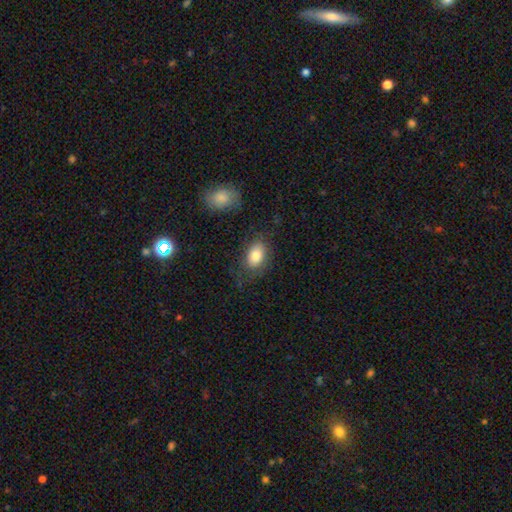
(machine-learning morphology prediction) Smooth or featured? smooth (79%)
How rounded? in between (86%)
Merging? none (70%)